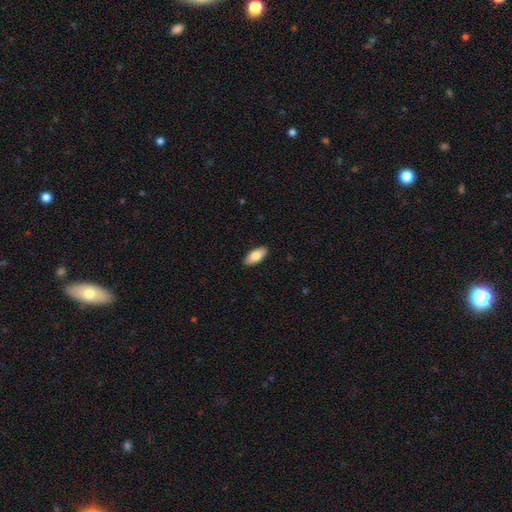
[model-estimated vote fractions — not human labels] Q: Smooth or featured?
A: smooth (79%); runner-up: featured or disk (15%)
Q: How rounded?
A: in between (88%); runner-up: cigar-shaped (10%)
Q: Merging?
A: none (90%); runner-up: minor disturbance (8%)